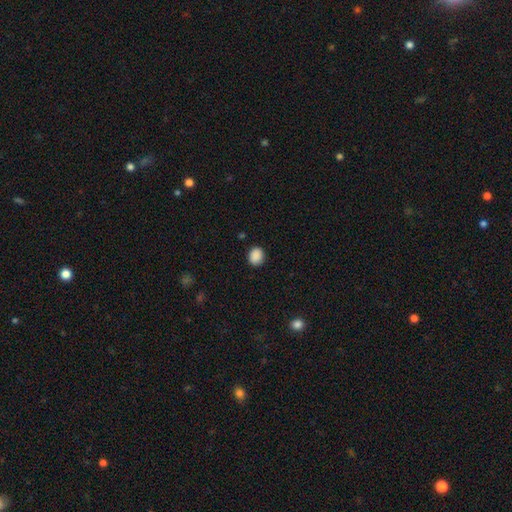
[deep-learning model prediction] A smooth galaxy with no disk features (89%) that is round (62%). Merging: none (88%).